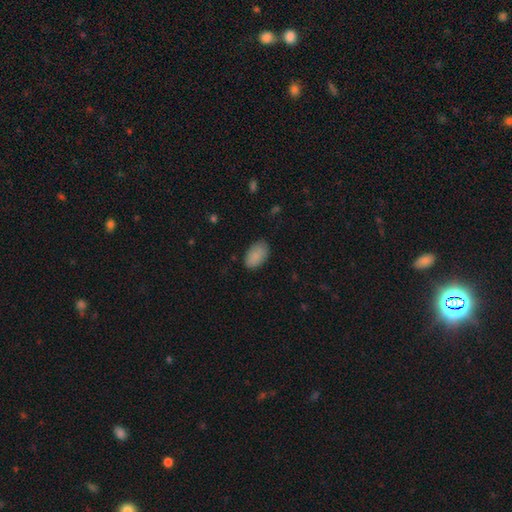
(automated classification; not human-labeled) Morphology: type=smooth (88%); roundness=in between (93%); merging=none (78%).